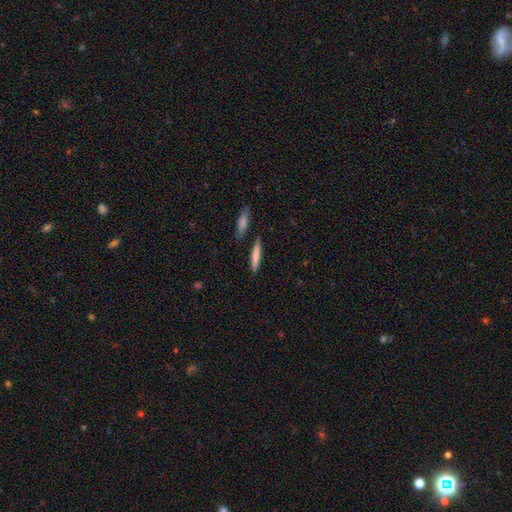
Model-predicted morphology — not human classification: type=smooth (78%); roundness=cigar-shaped (87%); merging=none (83%).